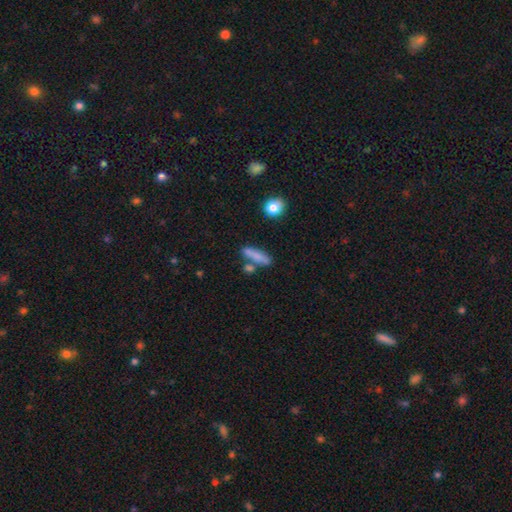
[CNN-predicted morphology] The model was most divided on "how rounded": cigar-shaped: 65%, in between: 30%, round: 5%. More confident: smooth or featured — smooth (76%); merging — none (63%).